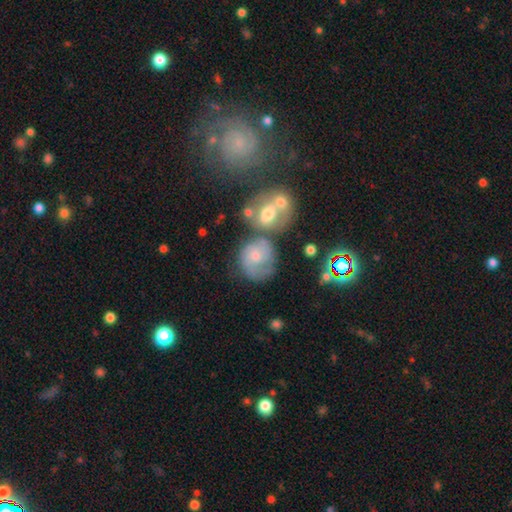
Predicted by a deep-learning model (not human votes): Smooth or featured? featured or disk (49%)
Merging? none (40%)